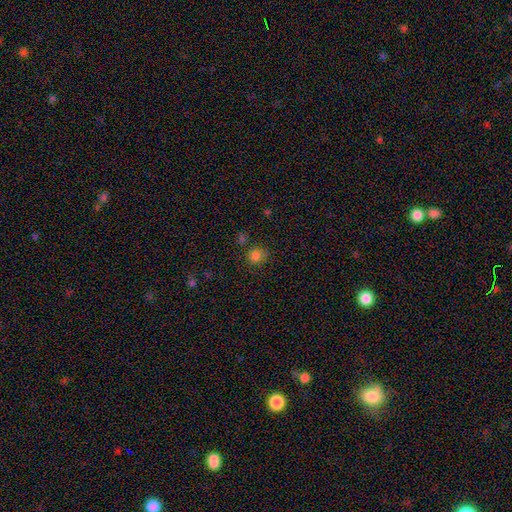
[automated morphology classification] Smooth or featured? Predicted: smooth (p=0.80). How rounded? Predicted: round (p=0.84). Merging? Predicted: none (p=0.70).